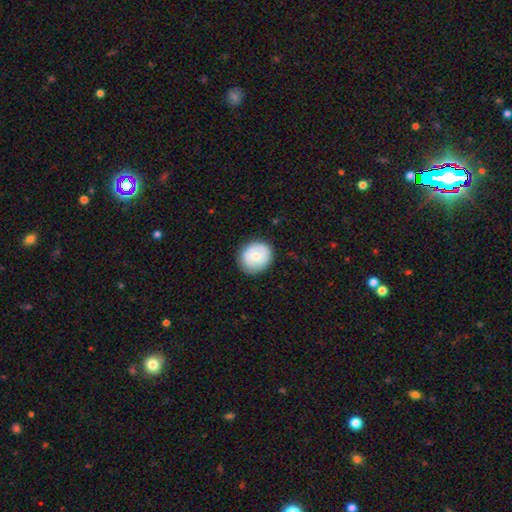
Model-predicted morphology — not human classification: The model was most divided on "smooth or featured": smooth: 66%, featured or disk: 28%, star or artifact: 6%. More confident: merging — none (85%); how rounded — round (78%).